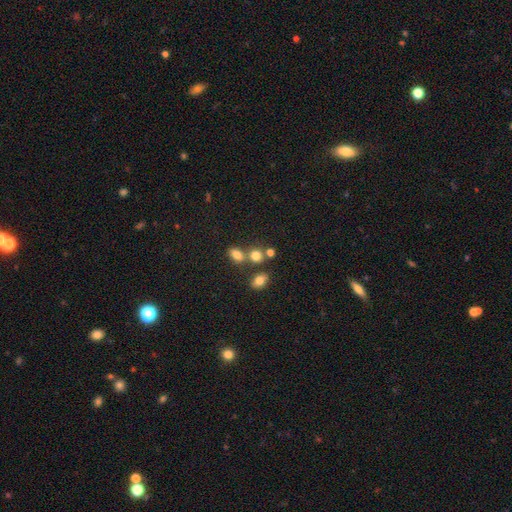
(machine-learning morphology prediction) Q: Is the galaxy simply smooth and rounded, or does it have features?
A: smooth — 78%.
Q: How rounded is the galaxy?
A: round — 59%.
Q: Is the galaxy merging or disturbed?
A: none — 55%.